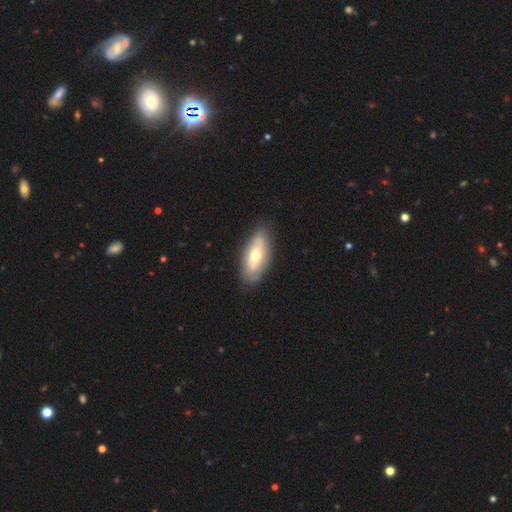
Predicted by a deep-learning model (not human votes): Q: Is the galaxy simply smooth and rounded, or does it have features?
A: smooth — 50%.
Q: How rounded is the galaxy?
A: in between — 84%.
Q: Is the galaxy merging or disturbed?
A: none — 81%.